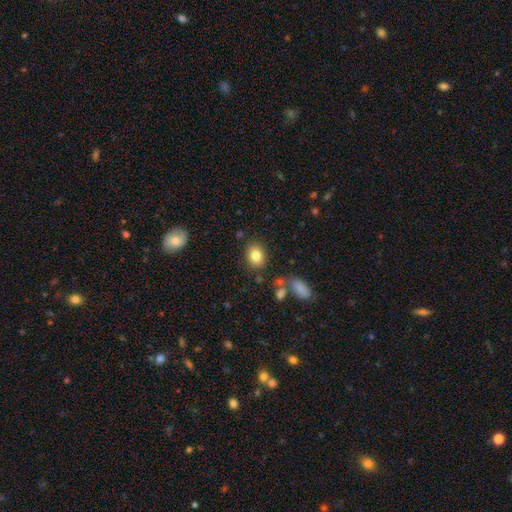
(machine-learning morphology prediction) Smooth or featured? Predicted: smooth (p=0.82). How rounded? Predicted: in between (p=0.55). Merging? Predicted: none (p=0.83).